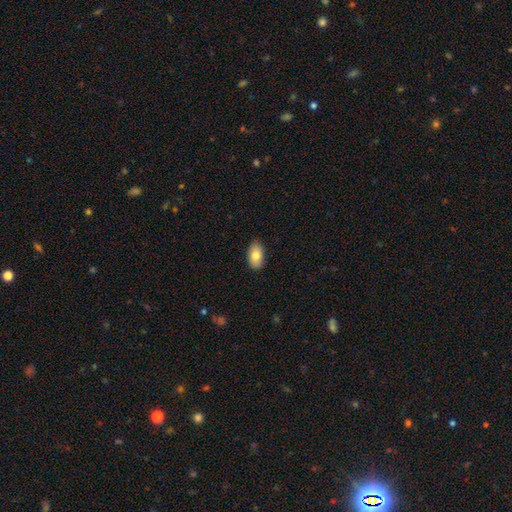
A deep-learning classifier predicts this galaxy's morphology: Smooth or featured: smooth — 80% (featured or disk — 14%)
How rounded: in between — 93% (round — 6%)
Merging: none — 88% (minor disturbance — 10%)